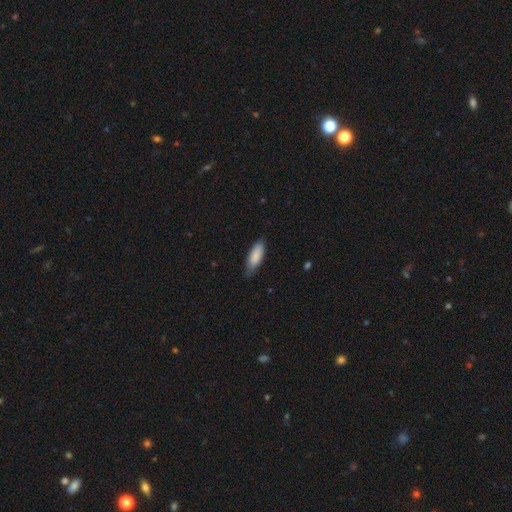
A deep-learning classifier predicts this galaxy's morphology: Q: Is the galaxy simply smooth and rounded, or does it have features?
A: smooth — 87%.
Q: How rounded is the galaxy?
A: in between — 71%.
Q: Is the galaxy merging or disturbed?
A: none — 70%.